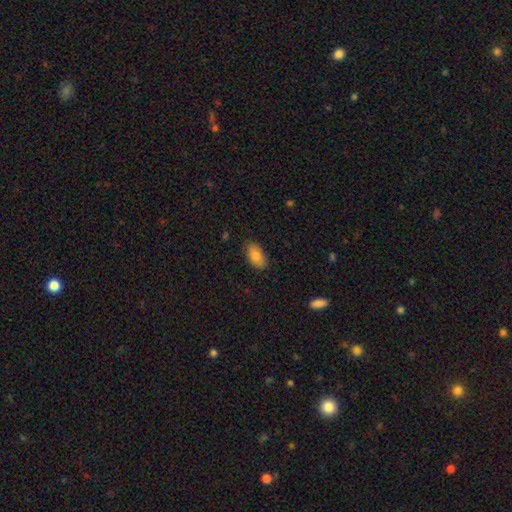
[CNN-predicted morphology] A smooth galaxy with no disk features (80%) that is in between round and cigar-shaped (92%). Merging: none (85%).